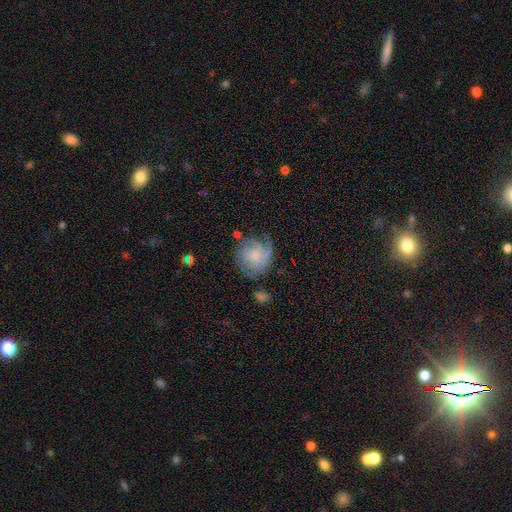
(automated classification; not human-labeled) smooth_or_featured: featured or disk (p=0.62) [alt: smooth p=0.30]
disk_edge_on: no (p=0.98) [alt: yes p=0.02]
bar: no (p=0.78) [alt: weak p=0.20]
has_spiral_arms: yes (p=0.86) [alt: no p=0.14]
spiral_winding: tight (p=0.51) [alt: medium p=0.32]
spiral_arm_count: can't tell (p=0.39) [alt: 3 p=0.18]
bulge_size: small (p=0.58) [alt: moderate p=0.28]
merging: none (p=0.59) [alt: minor disturbance p=0.22]